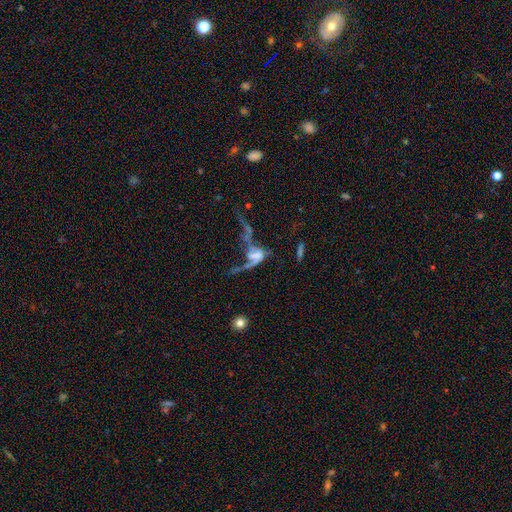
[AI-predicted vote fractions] This is likely a featured or disk galaxy (63%). It is clearly not viewed edge-on (91%). Bar: likely no (61%). Spiral arm pattern: possibly yes (56%). Central bulge: possibly none (45%). Merging: marginally major disturbance (43%).